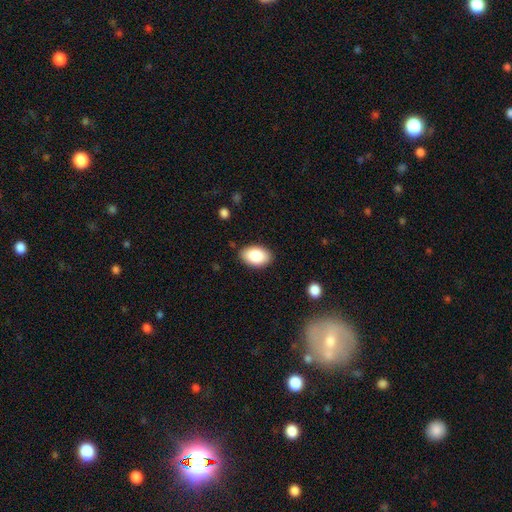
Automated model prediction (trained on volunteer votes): smooth 86%, featured or disk 7%, star or artifact 7%. Down the decision tree: how rounded — in between (92%); merging — none (87%).